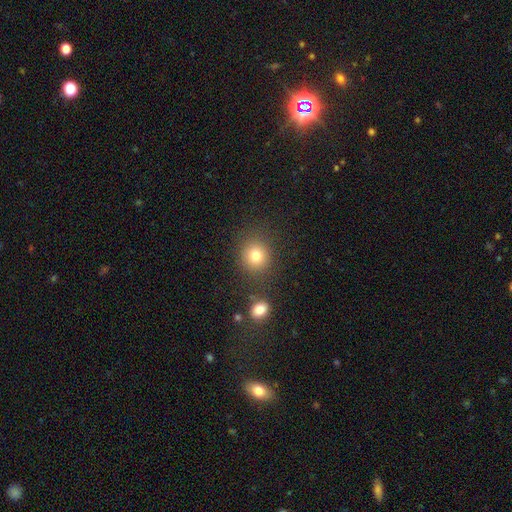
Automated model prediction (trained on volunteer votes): smooth 79%, star or artifact 13%, featured or disk 8%. Down the decision tree: how rounded — round (86%); merging — none (80%).